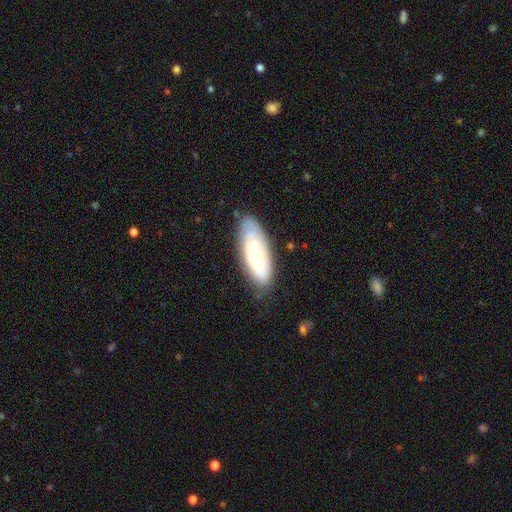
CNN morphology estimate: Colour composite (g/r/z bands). It shows a smooth galaxy with no disk features (62%) that is in between round and cigar-shaped (71%). Merging: none (75%).